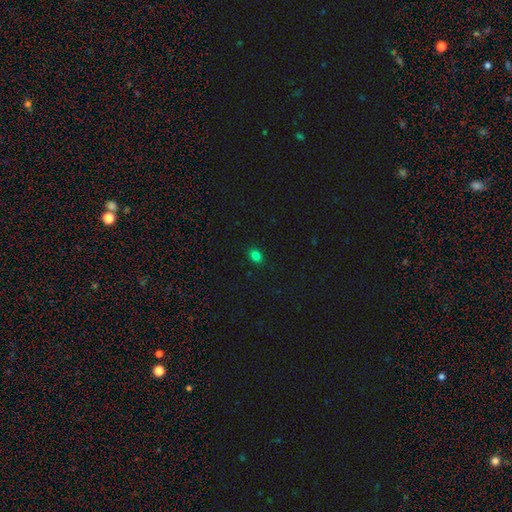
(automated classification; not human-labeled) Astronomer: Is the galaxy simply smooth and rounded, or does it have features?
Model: smooth — 80%.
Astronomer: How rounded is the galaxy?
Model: in between — 63%.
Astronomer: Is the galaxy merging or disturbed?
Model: none — 89%.